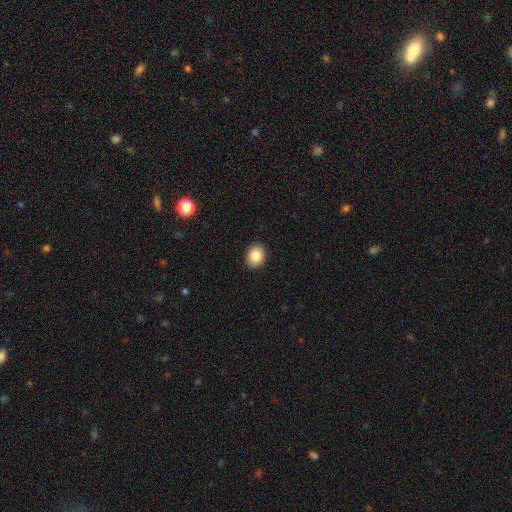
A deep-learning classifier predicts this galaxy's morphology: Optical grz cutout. It shows a smooth galaxy with no disk features (86%) that is round (52%). Merging: none (90%).